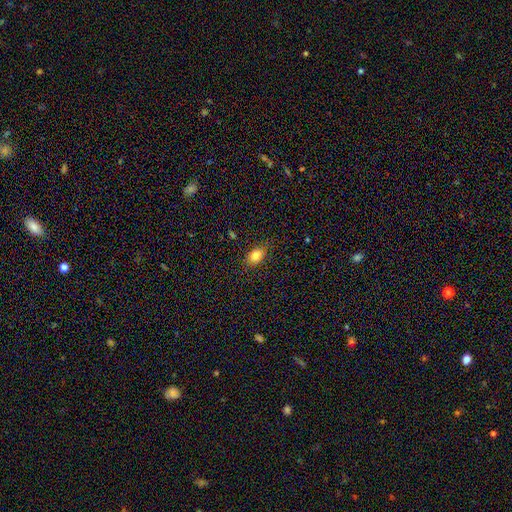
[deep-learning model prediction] Overall: smooth (82%). How rounded: in between (80%). Merging: none (85%).